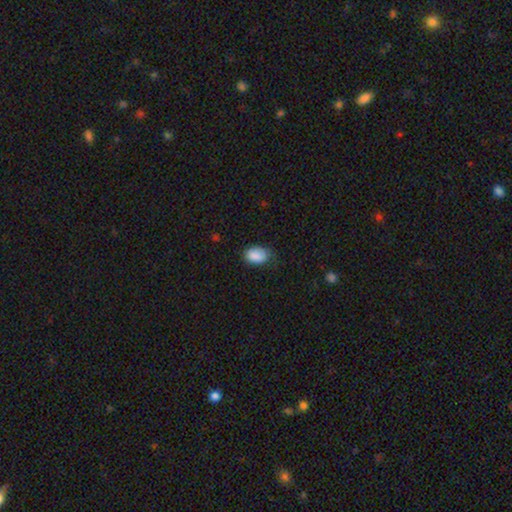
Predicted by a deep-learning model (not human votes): This is clearly a smooth galaxy (89%). How rounded: clearly in between (86%). Merging: likely none (64%).